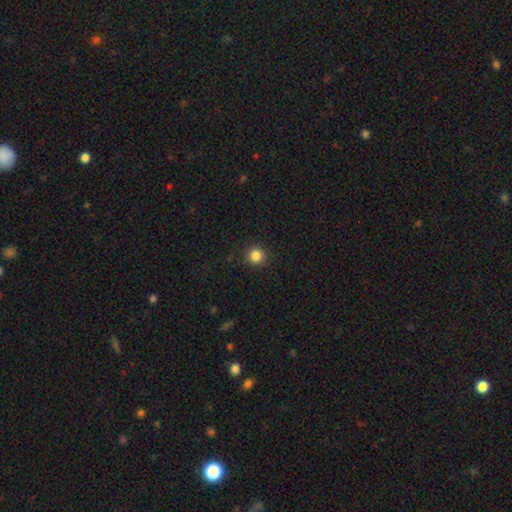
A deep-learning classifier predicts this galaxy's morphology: A smooth galaxy with no disk features (85%) that is round (94%). Merging: none (91%).